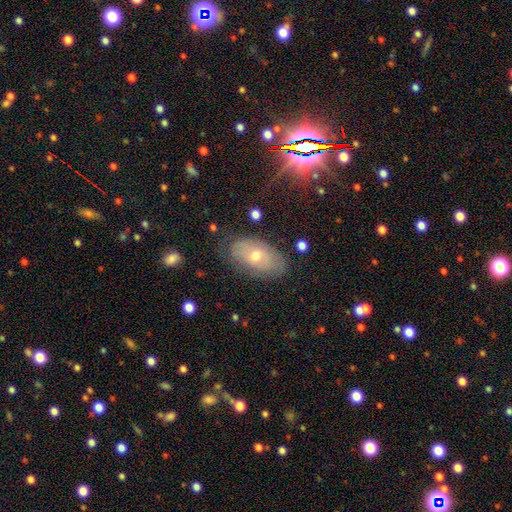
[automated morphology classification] smooth_or_featured: smooth (p=0.52) [alt: featured or disk p=0.39]
how_rounded: in between (p=0.91) [alt: round p=0.06]
merging: none (p=0.73) [alt: minor disturbance p=0.19]